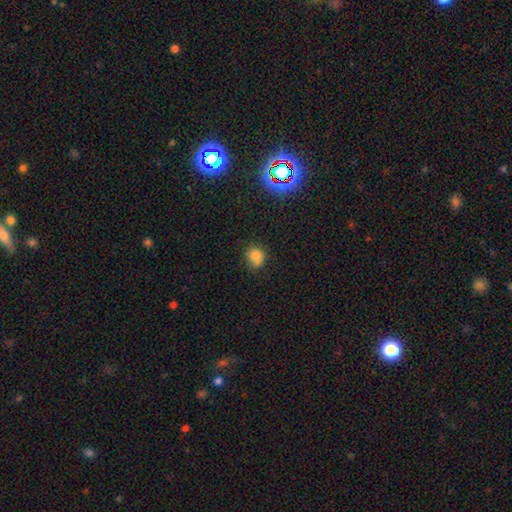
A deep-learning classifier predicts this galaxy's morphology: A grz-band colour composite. It shows a smooth galaxy with no disk features (77%) that is round (72%). Merging: none (56%).